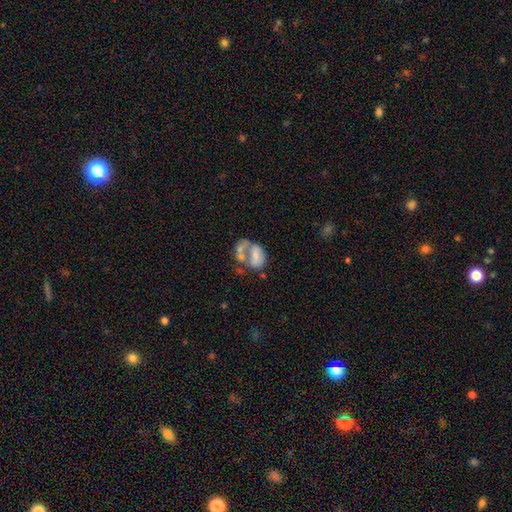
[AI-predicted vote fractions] Overall: smooth (51%; featured or disk 39%). How rounded: in between (78%). Merging: merger (46%; major disturbance 24%).